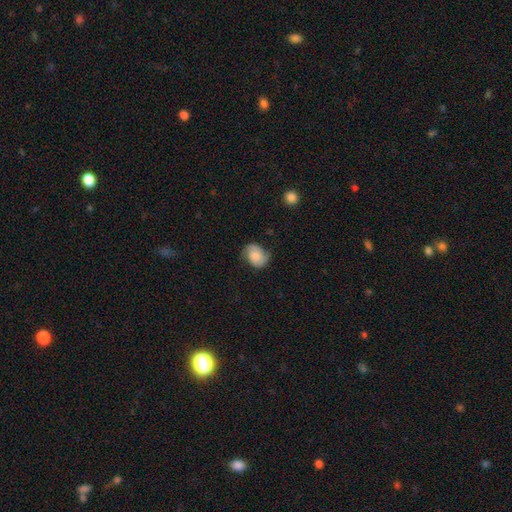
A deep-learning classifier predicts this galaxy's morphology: Q: Smooth or featured?
A: smooth (48%); runner-up: featured or disk (44%)
Q: Merging?
A: none (64%); runner-up: minor disturbance (26%)